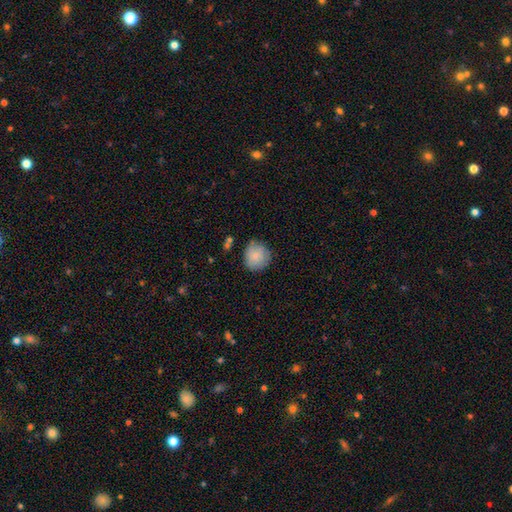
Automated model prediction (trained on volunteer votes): Smooth or featured? Predicted: smooth (p=0.79). How rounded? Predicted: round (p=0.88). Merging? Predicted: none (p=0.74).